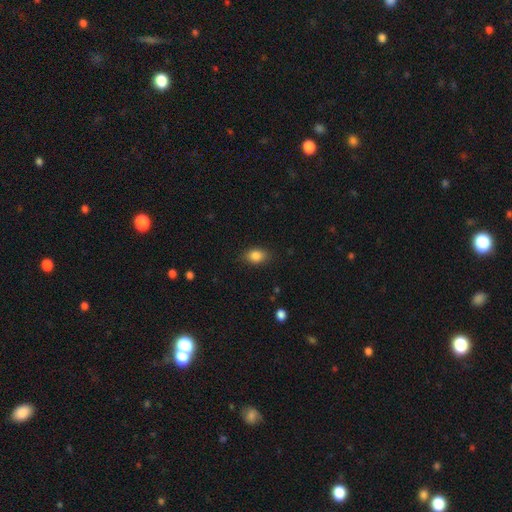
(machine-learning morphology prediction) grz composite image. It shows a smooth galaxy with no disk features (85%) that is in between round and cigar-shaped (76%). Merging: none (84%).